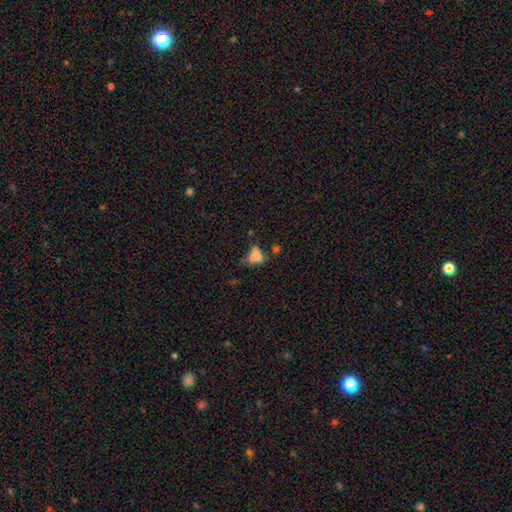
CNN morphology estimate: Overall: smooth (67%). How rounded: in between (80%). Merging: major disturbance (29%; none 28%).